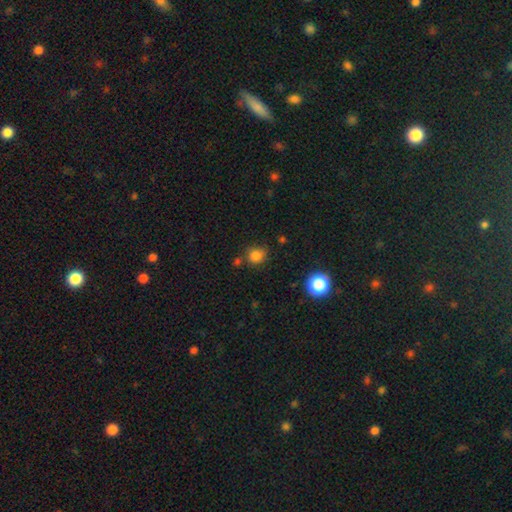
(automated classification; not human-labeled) Smooth or featured? Predicted: smooth (p=0.81). How rounded? Predicted: round (p=0.80). Merging? Predicted: none (p=0.71).